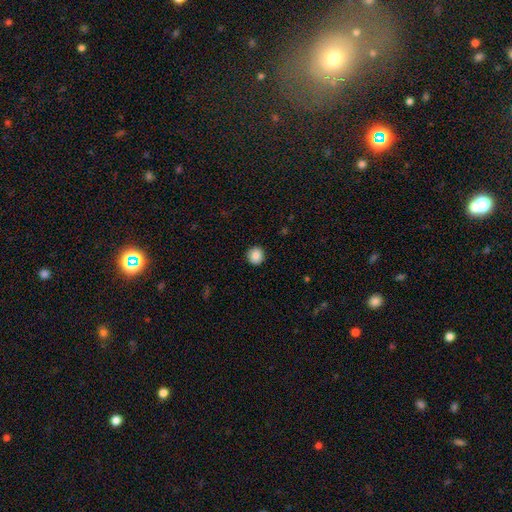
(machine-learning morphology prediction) The model was most divided on "smooth or featured": smooth: 87%, star or artifact: 9%, featured or disk: 4%. More confident: how rounded — round (93%); merging — none (92%).